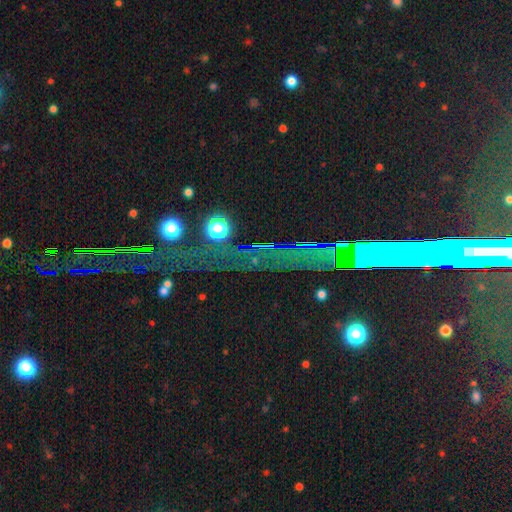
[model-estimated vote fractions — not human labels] Smooth or featured: star or artifact — 73% (smooth — 16%)